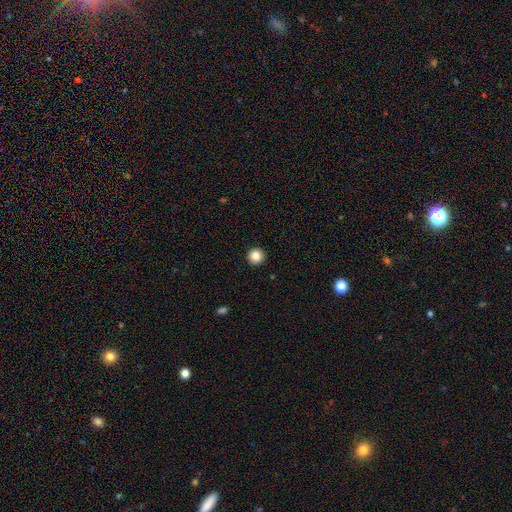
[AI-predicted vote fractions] smooth-or-featured: smooth: 85% | star or artifact: 10% | featured or disk: 4%
  how-rounded: round: 96% | in between: 3% | cigar-shaped: 1%
  merging: none: 94% | minor disturbance: 4% | major disturbance: 1% | merger: 1%